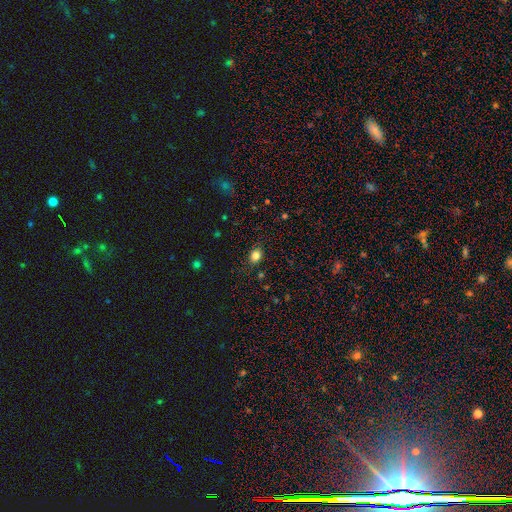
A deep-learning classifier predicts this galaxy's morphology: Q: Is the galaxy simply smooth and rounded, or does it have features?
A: smooth — 82%.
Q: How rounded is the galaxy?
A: in between — 49%, tied with round.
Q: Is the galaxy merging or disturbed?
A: none — 84%.